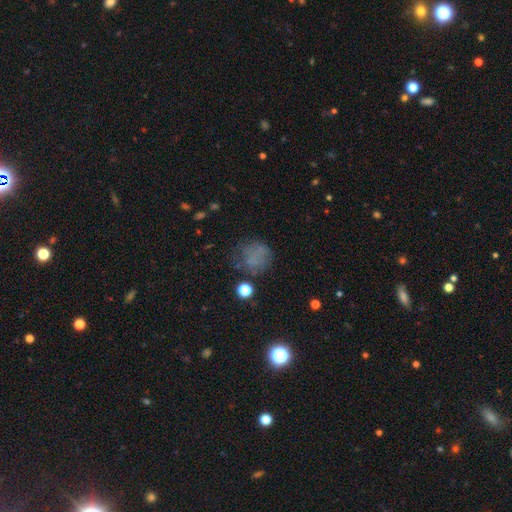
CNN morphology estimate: This is possibly a smooth galaxy (59%). How rounded: likely round (79%). Merging: possibly none (55%).